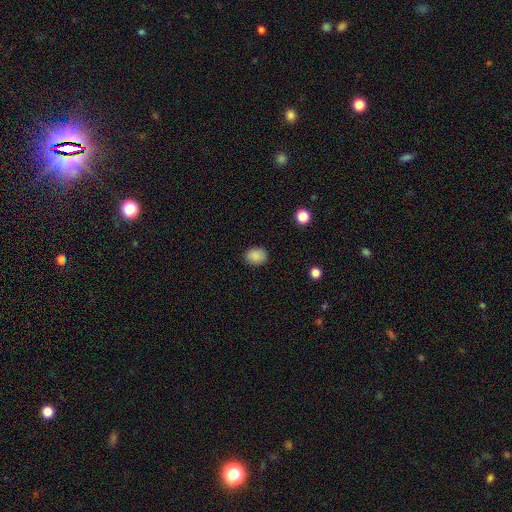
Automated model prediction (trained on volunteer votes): Overall: smooth (88%). How rounded: in between (53%; round 47%). Merging: none (87%).